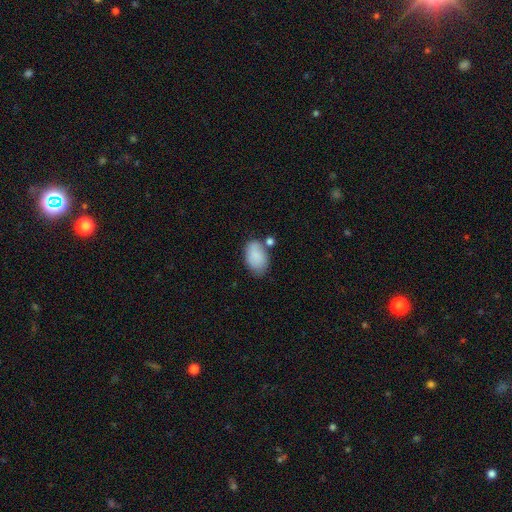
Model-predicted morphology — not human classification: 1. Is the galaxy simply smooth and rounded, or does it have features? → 84% smooth, 9% featured or disk, 7% star or artifact.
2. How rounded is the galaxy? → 91% in between, 8% round, 1% cigar-shaped.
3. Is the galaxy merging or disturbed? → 57% none, 22% minor disturbance, 14% merger, 7% major disturbance.